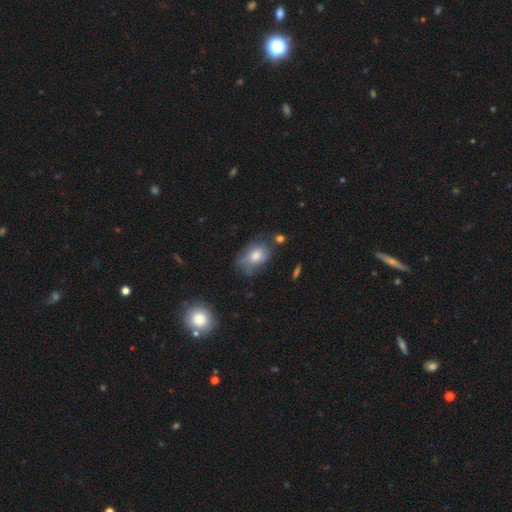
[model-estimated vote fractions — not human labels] Smooth or featured: smooth — 62% (featured or disk — 27%)
How rounded: in between — 79% (round — 20%)
Merging: none — 48% (minor disturbance — 32%)